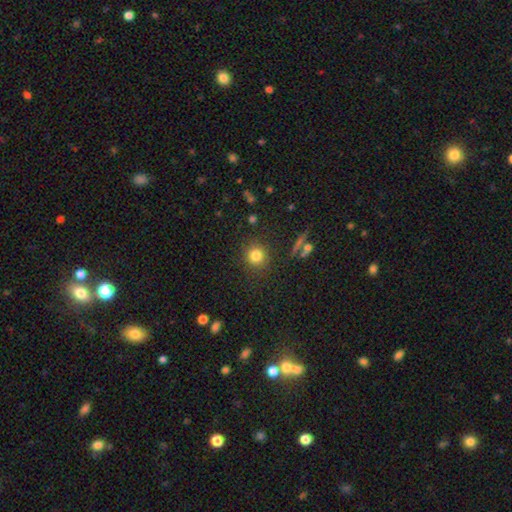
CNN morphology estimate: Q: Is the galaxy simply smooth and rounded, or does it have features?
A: smooth — 80%.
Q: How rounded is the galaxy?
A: round — 91%.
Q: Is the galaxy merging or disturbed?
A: none — 86%.